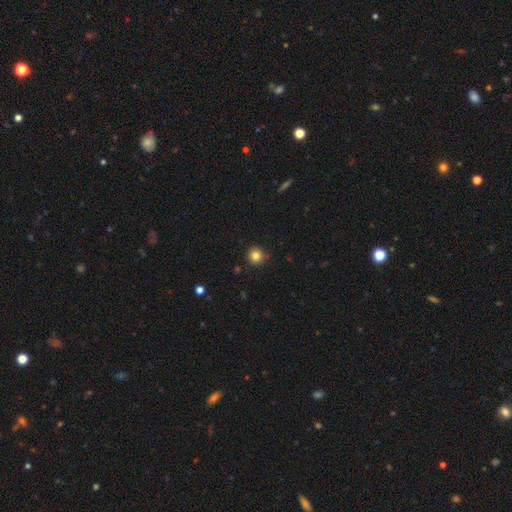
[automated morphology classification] Smooth or featured: smooth — 82% (star or artifact — 12%)
How rounded: round — 94% (in between — 5%)
Merging: none — 90% (minor disturbance — 6%)